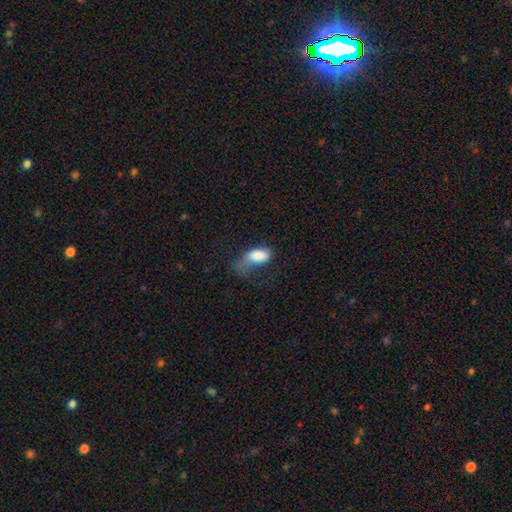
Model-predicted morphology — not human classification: A smooth galaxy with no disk features (78%) that is in between round and cigar-shaped (91%).

Vote fractions:
- Smooth or featured? smooth: 78% / featured or disk: 14% / star or artifact: 7%
- How rounded? in between: 91% / cigar-shaped: 5% / round: 4%
- Merging? major disturbance: 52% / minor disturbance: 26% / none: 19% / merger: 3%